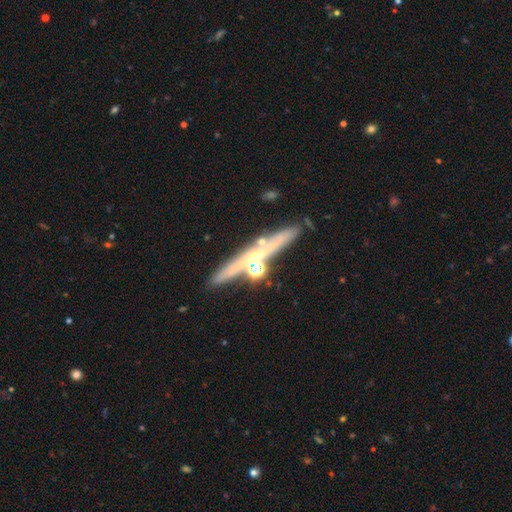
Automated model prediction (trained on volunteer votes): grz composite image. It shows a featured or disk galaxy (67%) viewed edge-on (89%) with a rounded central bulge (71%). Merging: none (72%).